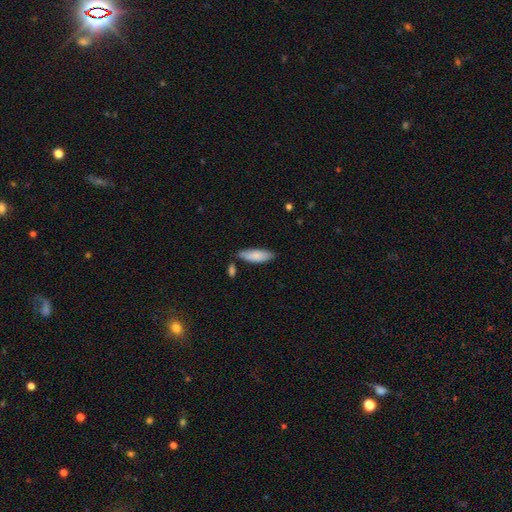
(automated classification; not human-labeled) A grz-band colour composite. It shows a smooth galaxy with no disk features (85%) that is in between round and cigar-shaped (63%). Merging: none (75%).